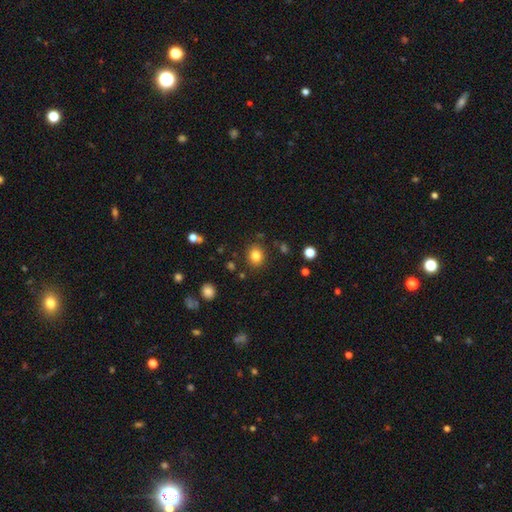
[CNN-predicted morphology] smooth-or-featured: smooth: 82% | star or artifact: 11% | featured or disk: 6%
  how-rounded: round: 68% | in between: 32% | cigar-shaped: 1%
  merging: none: 86% | minor disturbance: 9% | major disturbance: 3% | merger: 3%